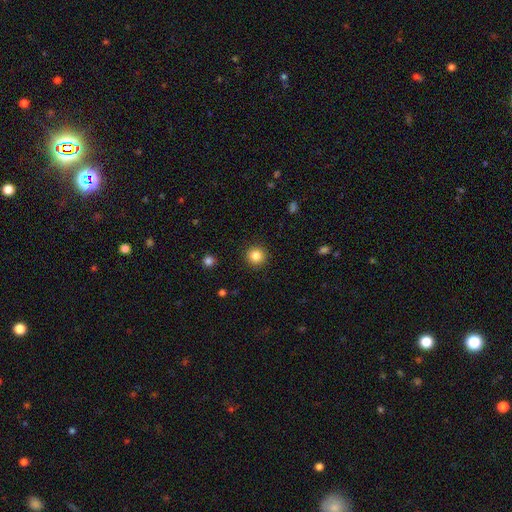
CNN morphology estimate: The model was most divided on "smooth or featured": smooth: 85%, star or artifact: 11%, featured or disk: 4%. More confident: how rounded — round (95%); merging — none (92%).